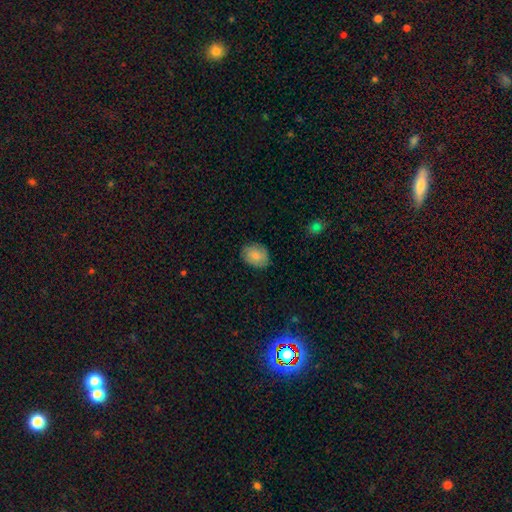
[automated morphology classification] smooth_or_featured: smooth (p=0.84) [alt: featured or disk p=0.09]
how_rounded: in between (p=0.63) [alt: round p=0.36]
merging: none (p=0.81) [alt: minor disturbance p=0.15]